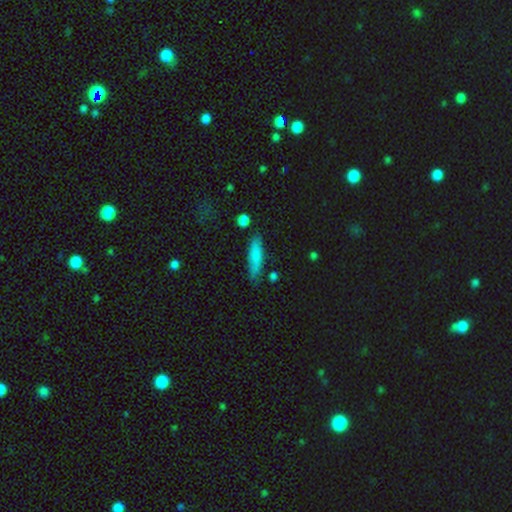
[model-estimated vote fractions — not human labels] Smooth or featured? Predicted: smooth (p=0.79). How rounded? Predicted: cigar-shaped (p=0.72). Merging? Predicted: none (p=0.77).